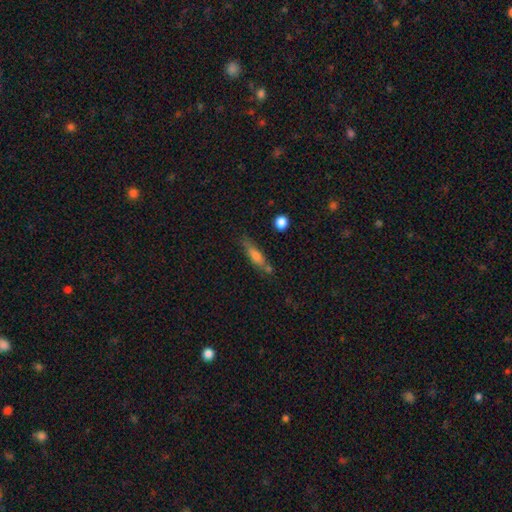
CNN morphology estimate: Smooth or featured?
  - smooth: 68% *
  - featured or disk: 23%
  - star or artifact: 8%
How rounded?
  - cigar-shaped: 70% *
  - in between: 27%
  - round: 3%
Merging?
  - none: 63% *
  - minor disturbance: 20%
  - merger: 10%
  - major disturbance: 6%